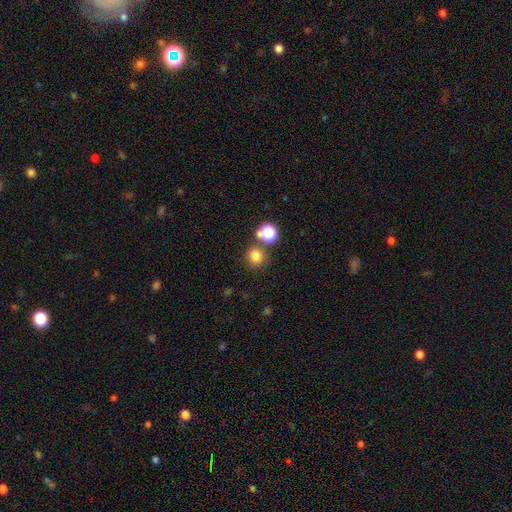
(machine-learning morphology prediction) Smooth or featured? Predicted: smooth (p=0.78). How rounded? Predicted: round (p=0.88). Merging? Predicted: none (p=0.71).